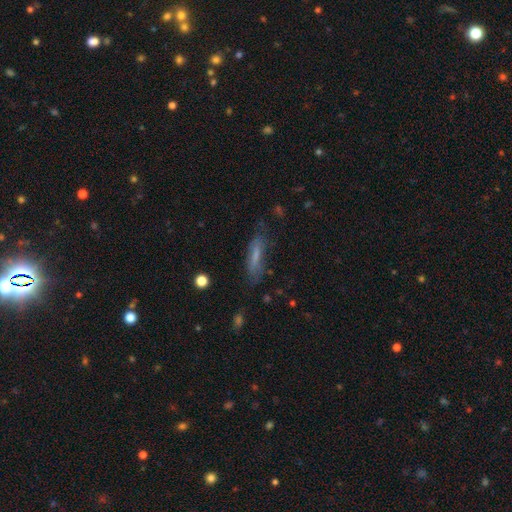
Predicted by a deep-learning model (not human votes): This appears to be a smooth galaxy with no disk features (59%) that is cigar-shaped (73%). Merging: none (66%).